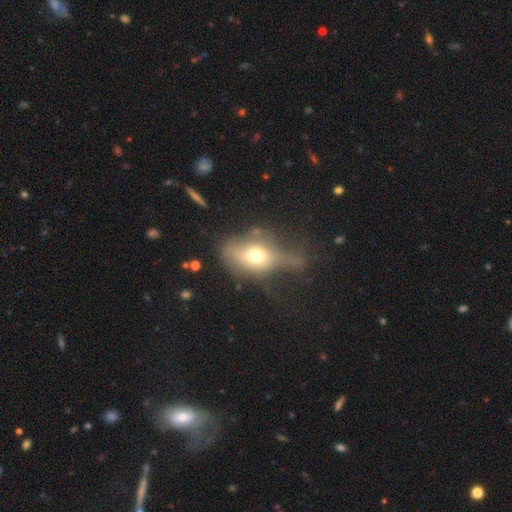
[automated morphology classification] smooth_or_featured: smooth (p=0.58) [alt: featured or disk p=0.30]
how_rounded: in between (p=0.64) [alt: round p=0.33]
merging: major disturbance (p=0.50) [alt: minor disturbance p=0.23]